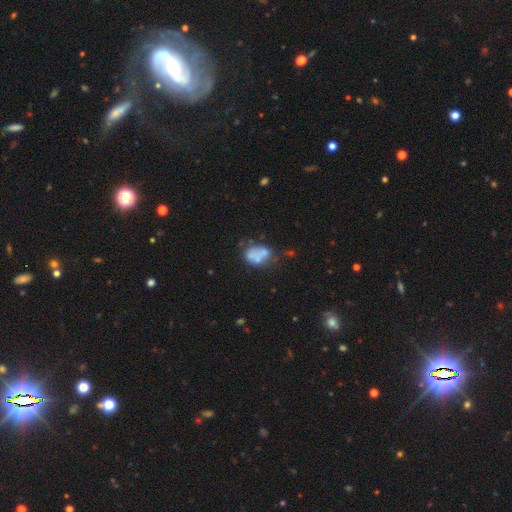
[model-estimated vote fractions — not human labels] Overall: smooth (51%; featured or disk 38%). How rounded: in between (71%). Merging: merger (33%; none 31%).